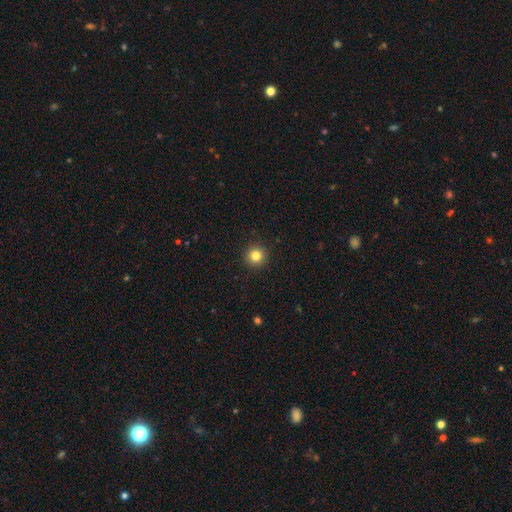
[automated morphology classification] Smooth or featured?
  - smooth: 82% *
  - star or artifact: 12%
  - featured or disk: 6%
How rounded?
  - round: 95% *
  - in between: 4%
  - cigar-shaped: 1%
Merging?
  - none: 93% *
  - minor disturbance: 4%
  - major disturbance: 2%
  - merger: 1%